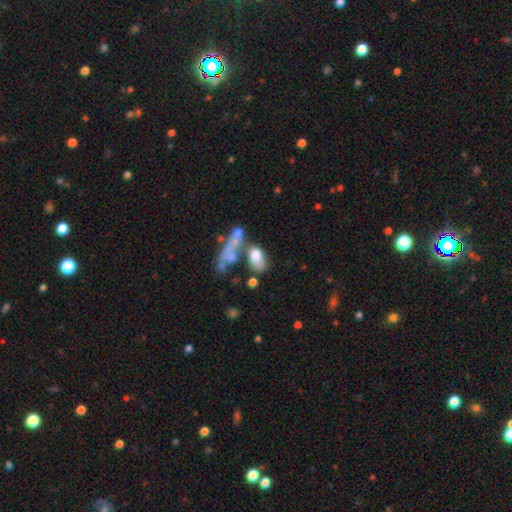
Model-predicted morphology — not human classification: Q: Smooth or featured?
A: smooth (65%); runner-up: featured or disk (25%)
Q: How rounded?
A: in between (84%); runner-up: round (9%)
Q: Merging?
A: merger (42%); runner-up: none (27%)